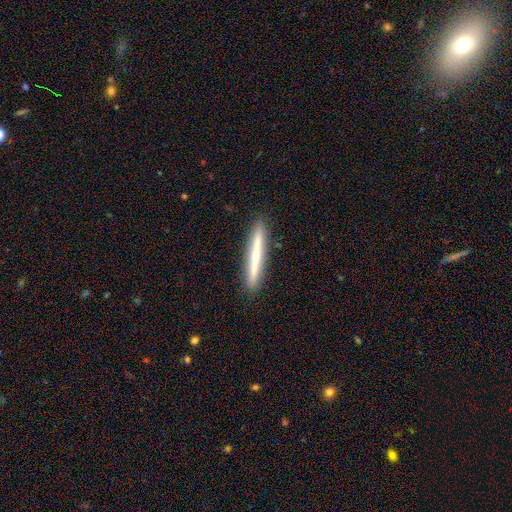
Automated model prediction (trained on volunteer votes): Smooth or featured: smooth — 56% (featured or disk — 38%)
How rounded: cigar-shaped — 96% (in between — 2%)
Merging: none — 91% (minor disturbance — 6%)